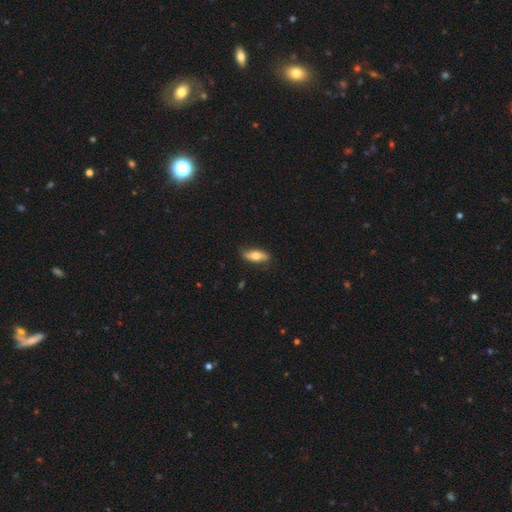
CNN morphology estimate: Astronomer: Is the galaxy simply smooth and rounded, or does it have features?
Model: smooth — 64%.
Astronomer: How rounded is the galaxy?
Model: in between — 73%.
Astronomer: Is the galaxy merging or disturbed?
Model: none — 81%.